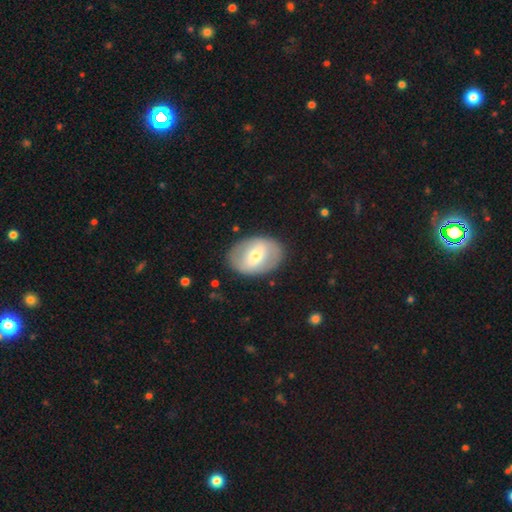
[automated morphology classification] smooth-or-featured: featured or disk: 50% | smooth: 44% | star or artifact: 6%
  disk-edge-on: no: 92% | yes: 8%
  merging: none: 84% | minor disturbance: 11% | major disturbance: 4% | merger: 1%